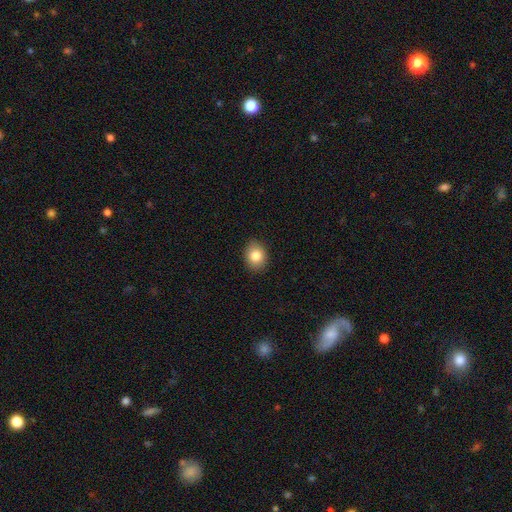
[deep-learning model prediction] A smooth galaxy with no disk features (83%) that is round (53%). Merging: none (89%).